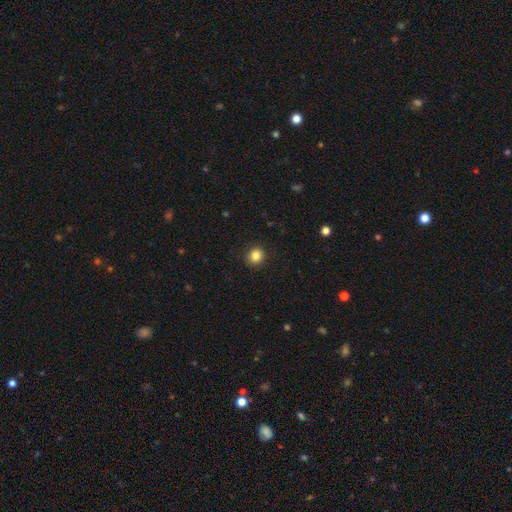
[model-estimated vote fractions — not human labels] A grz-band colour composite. It shows a smooth galaxy with no disk features (84%) that is round (89%). Merging: none (91%).